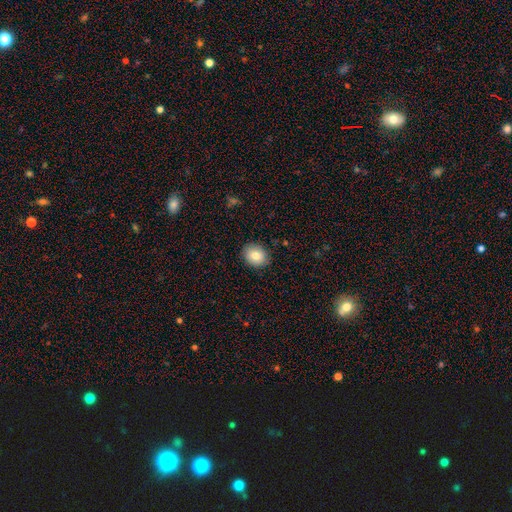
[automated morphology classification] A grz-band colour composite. It shows a smooth galaxy with no disk features (81%) that is round (60%). Merging: none (88%).